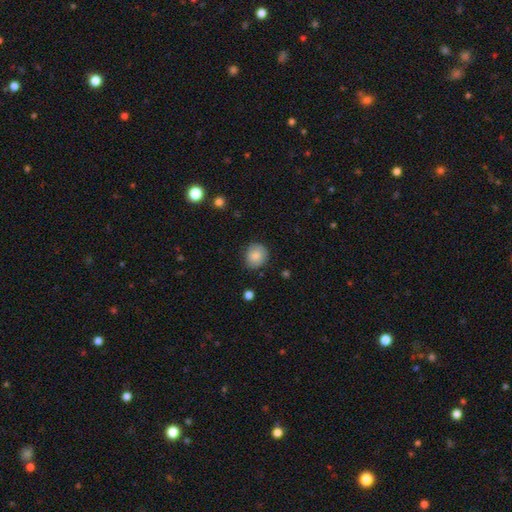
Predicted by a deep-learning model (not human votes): smooth-or-featured: smooth: 79% | featured or disk: 14% | star or artifact: 8%
  how-rounded: round: 81% | in between: 18% | cigar-shaped: 1%
  merging: none: 82% | minor disturbance: 13% | major disturbance: 3% | merger: 1%